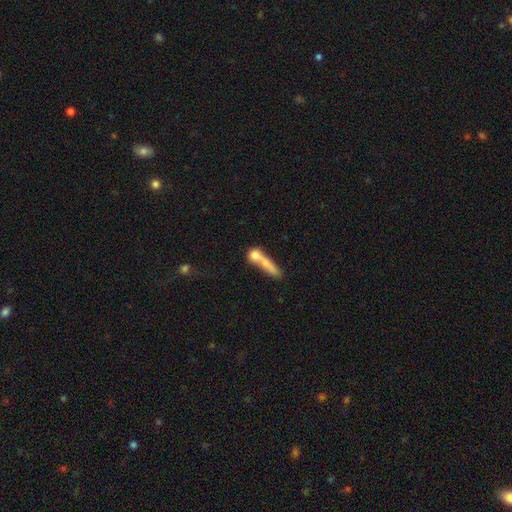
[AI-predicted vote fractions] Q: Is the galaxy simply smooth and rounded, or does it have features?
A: smooth — 66%.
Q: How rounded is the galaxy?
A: cigar-shaped — 56%.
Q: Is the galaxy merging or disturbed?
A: merger — 51%.